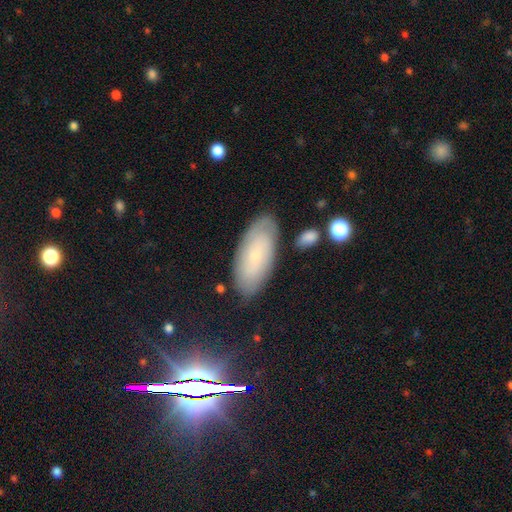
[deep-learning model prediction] Smooth or featured?
  - smooth: 52% *
  - featured or disk: 37%
  - star or artifact: 11%
How rounded?
  - in between: 86% *
  - cigar-shaped: 12%
  - round: 2%
Merging?
  - none: 81% *
  - minor disturbance: 14%
  - major disturbance: 3%
  - merger: 2%